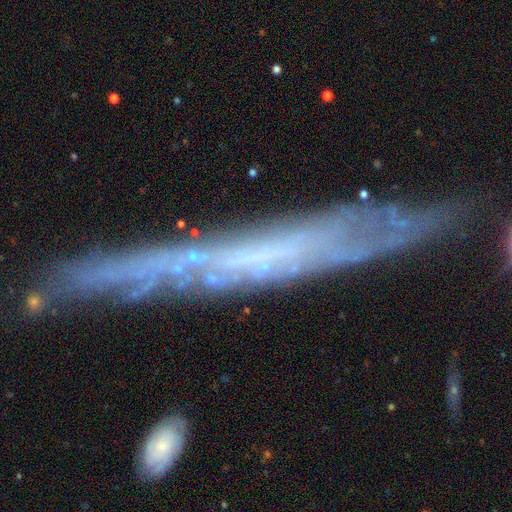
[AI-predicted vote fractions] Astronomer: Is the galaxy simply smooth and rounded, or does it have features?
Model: featured or disk — 65%.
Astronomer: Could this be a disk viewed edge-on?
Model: yes — 79%.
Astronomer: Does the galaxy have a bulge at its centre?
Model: none — 86%.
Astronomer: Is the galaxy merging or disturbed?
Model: none — 73%.